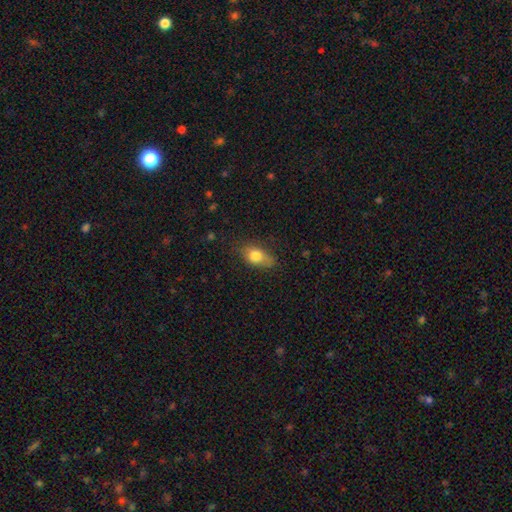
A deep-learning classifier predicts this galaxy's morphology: type=smooth (78%); roundness=in between (80%); merging=none (65%).